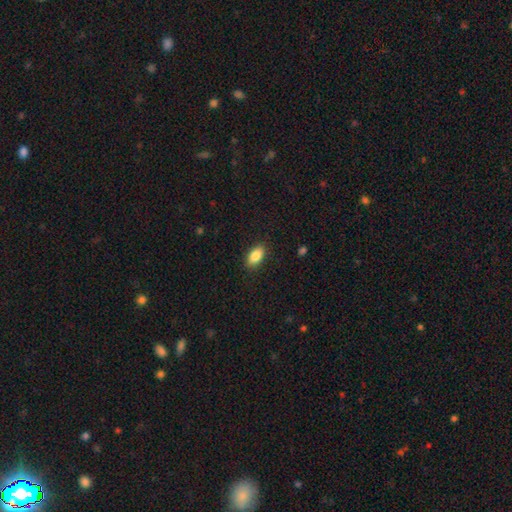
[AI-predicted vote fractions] smooth-or-featured: smooth: 87% | star or artifact: 8% | featured or disk: 6%
  how-rounded: in between: 91% | round: 5% | cigar-shaped: 3%
  merging: none: 88% | minor disturbance: 9% | major disturbance: 2% | merger: 1%